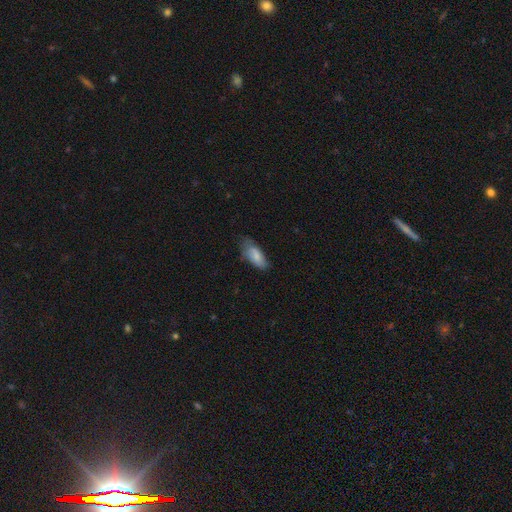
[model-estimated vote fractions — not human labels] Smooth or featured? Predicted: smooth (p=0.79). How rounded? Predicted: in between (p=0.83). Merging? Predicted: none (p=0.59).